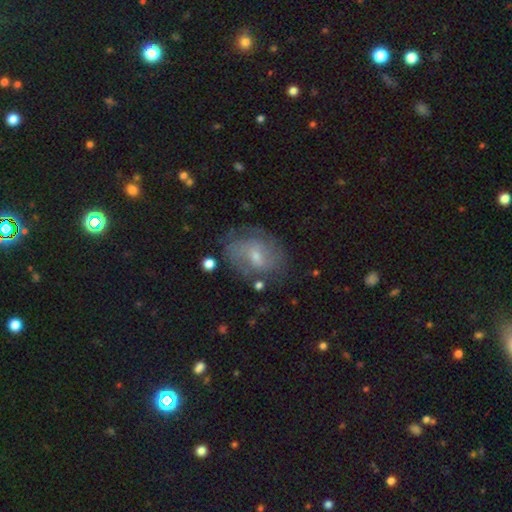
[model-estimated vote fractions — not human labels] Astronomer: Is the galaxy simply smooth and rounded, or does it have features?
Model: featured or disk — 60%.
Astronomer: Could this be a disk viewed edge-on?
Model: no — 96%.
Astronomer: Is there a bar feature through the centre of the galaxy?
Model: no — 46%, tied with weak at 46%.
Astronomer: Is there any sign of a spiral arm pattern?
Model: yes — 81%.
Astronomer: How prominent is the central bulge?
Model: small — 53% (runner-up: moderate, 39%).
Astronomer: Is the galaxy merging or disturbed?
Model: none — 70%.